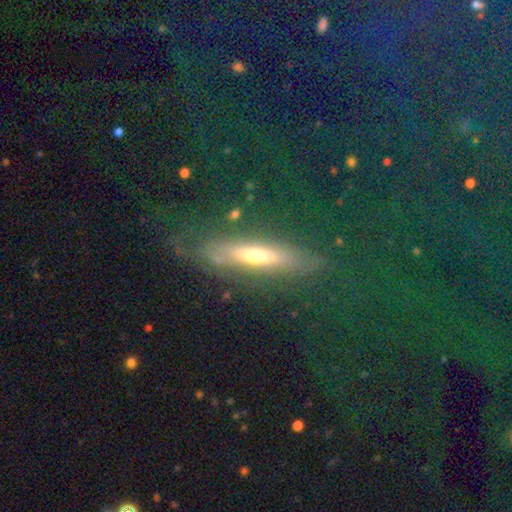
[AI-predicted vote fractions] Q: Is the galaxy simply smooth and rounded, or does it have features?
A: featured or disk — 46%.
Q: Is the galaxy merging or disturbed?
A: none — 74%.